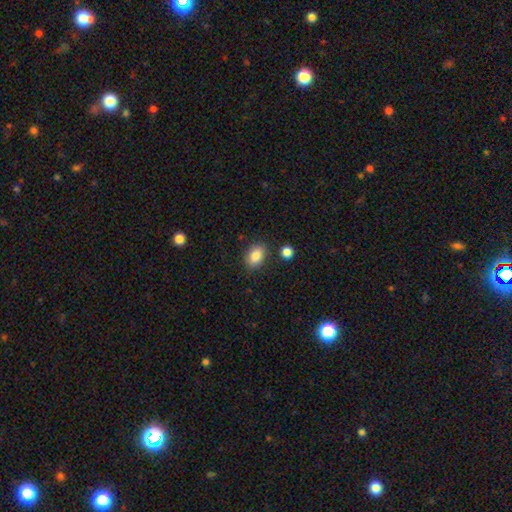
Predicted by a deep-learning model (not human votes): Overall: smooth (86%). How rounded: in between (80%). Merging: none (82%).